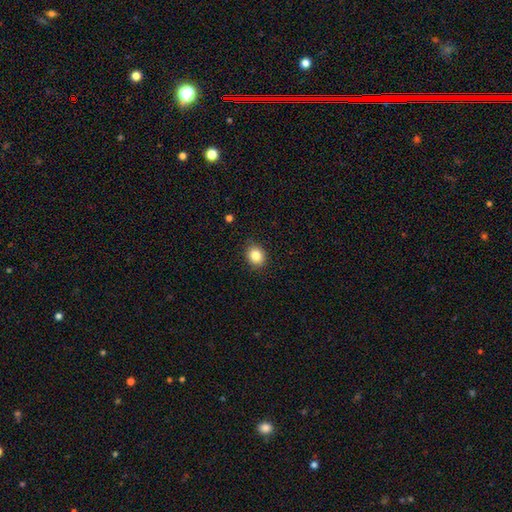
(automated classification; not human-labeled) This is clearly a smooth galaxy (84%). How rounded: likely round (65%). Merging: clearly none (87%).